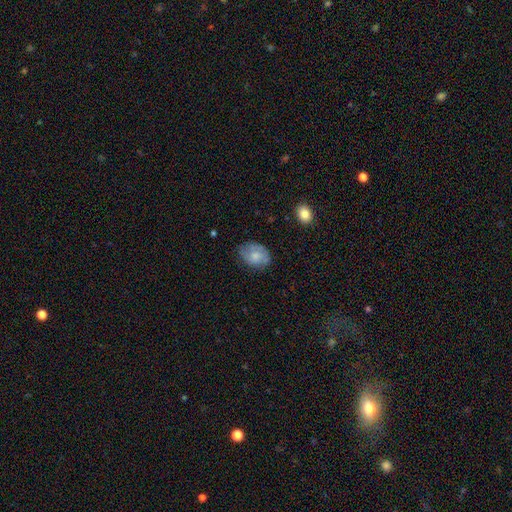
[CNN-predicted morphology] Q: Smooth or featured?
A: smooth (71%); runner-up: featured or disk (22%)
Q: How rounded?
A: in between (68%); runner-up: round (31%)
Q: Merging?
A: none (64%); runner-up: minor disturbance (27%)